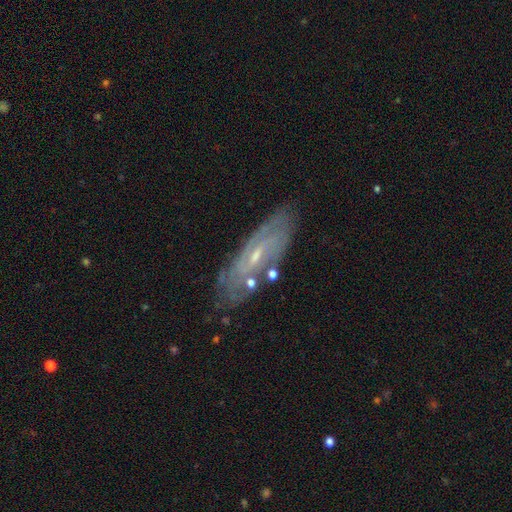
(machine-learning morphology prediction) Smooth or featured: featured or disk — 73% (smooth — 19%)
Edge-on disk: no — 78% (yes — 22%)
Bar: weak — 48% (no — 34%)
Spiral arms: yes — 79% (no — 21%)
Bulge size: small — 69% (moderate — 24%)
Merging: none — 74% (minor disturbance — 17%)